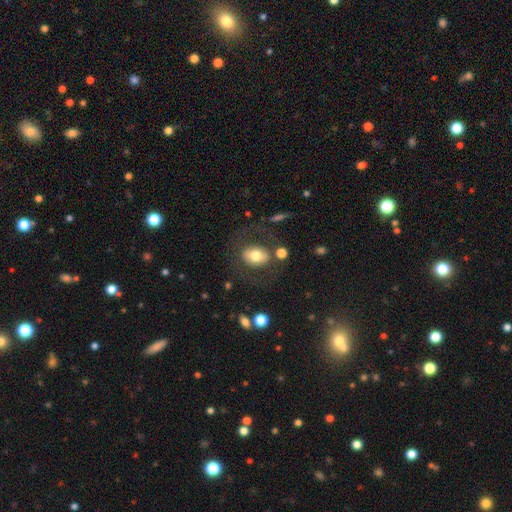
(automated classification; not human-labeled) Smooth or featured: smooth — 65% (featured or disk — 27%)
How rounded: in between — 66% (round — 33%)
Merging: none — 69% (minor disturbance — 13%)